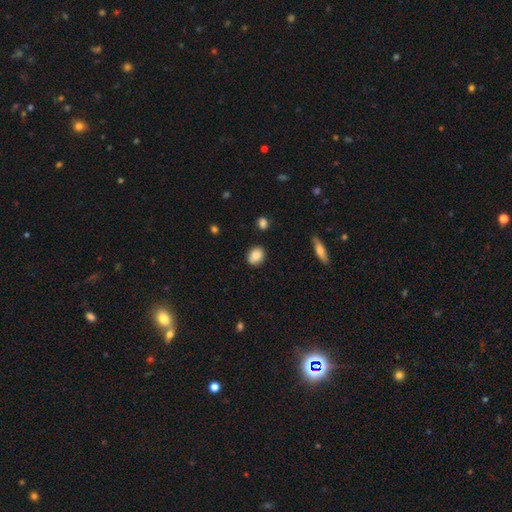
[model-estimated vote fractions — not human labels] Morphology: type=smooth (87%); roundness=in between (60%); merging=none (85%).